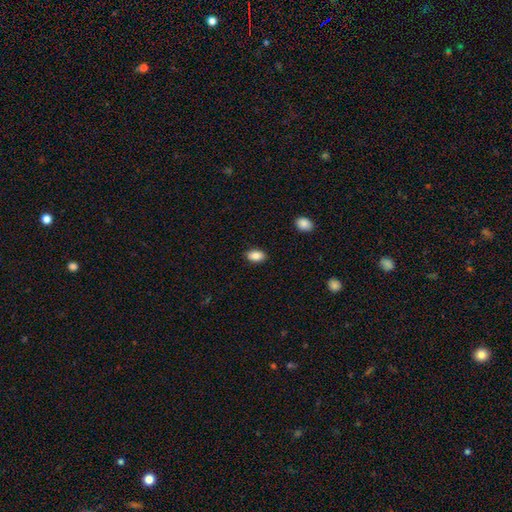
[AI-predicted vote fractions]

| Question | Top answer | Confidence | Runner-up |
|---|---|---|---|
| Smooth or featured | smooth | 87% | star or artifact (8%) |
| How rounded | in between | 89% | round (9%) |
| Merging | none | 89% | minor disturbance (8%) |